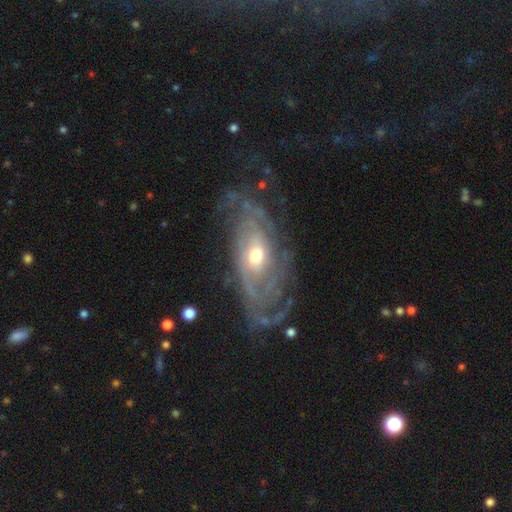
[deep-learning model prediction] This is clearly a featured or disk galaxy (86%). It is clearly not viewed edge-on (91%). Bar: likely no (65%). Spiral arm pattern: clearly yes (92%). Spiral arm count: marginally can't tell (41%). Spiral winding: likely tight (62%). Central bulge: likely moderate (64%). Merging: likely none (67%).